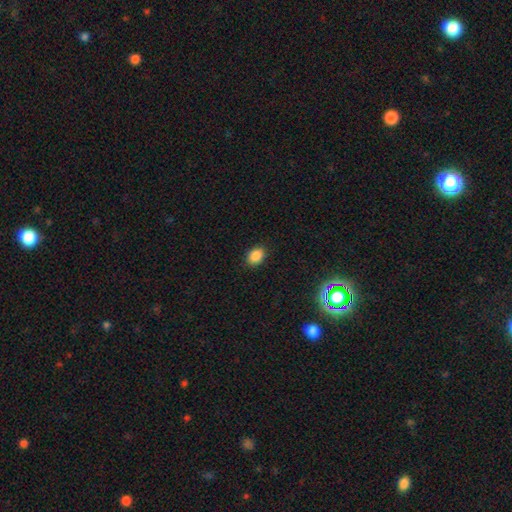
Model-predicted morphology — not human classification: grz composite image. It shows a smooth galaxy with no disk features (87%) that is in between round and cigar-shaped (73%). Merging: none (88%).